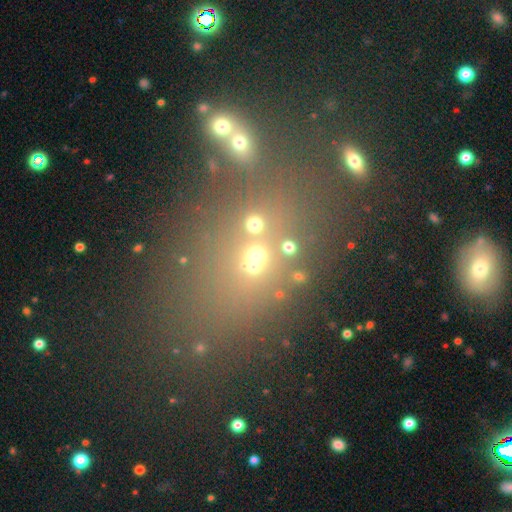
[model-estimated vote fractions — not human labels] Smooth or featured? Predicted: smooth (p=0.44). Merging? Predicted: none (p=0.45).